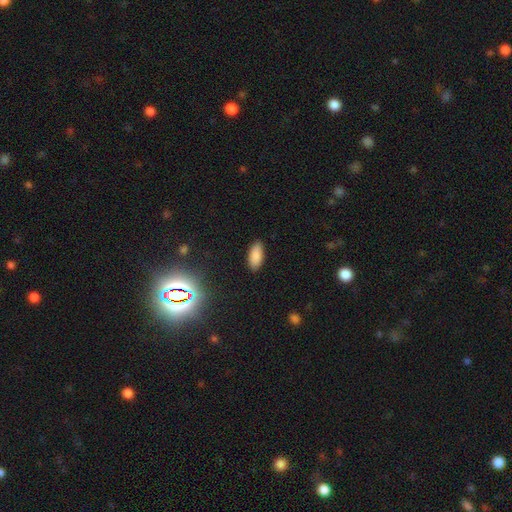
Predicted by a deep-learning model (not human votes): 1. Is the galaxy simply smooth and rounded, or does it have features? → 86% smooth, 9% star or artifact, 5% featured or disk.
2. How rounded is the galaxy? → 87% in between, 11% cigar-shaped, 2% round.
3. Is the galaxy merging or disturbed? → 88% none, 9% minor disturbance, 2% major disturbance, 1% merger.